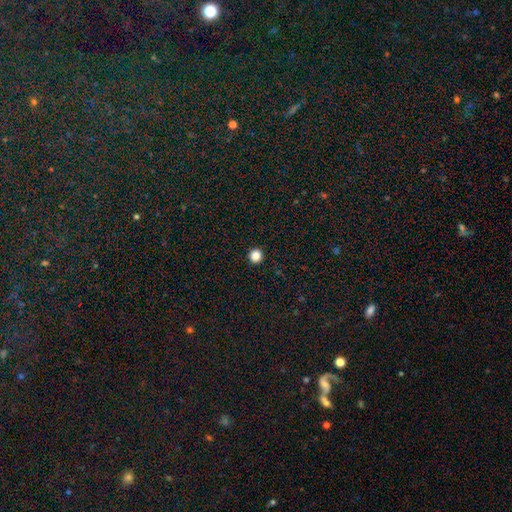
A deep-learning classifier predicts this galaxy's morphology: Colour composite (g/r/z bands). It shows a smooth galaxy with no disk features (85%) that is round (96%). Merging: none (94%).